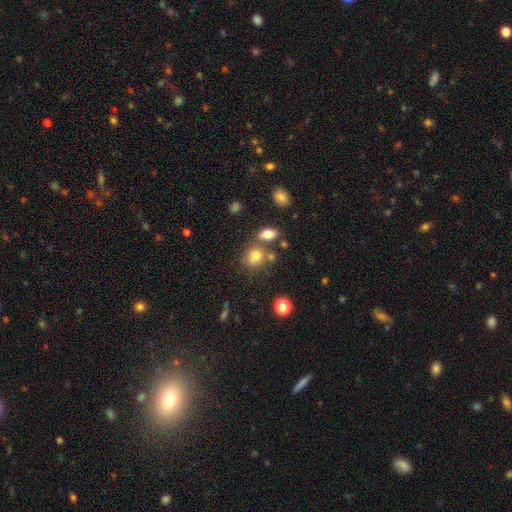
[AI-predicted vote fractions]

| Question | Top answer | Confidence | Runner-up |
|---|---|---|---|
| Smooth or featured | smooth | 75% | star or artifact (14%) |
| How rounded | round | 61% | in between (37%) |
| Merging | none | 55% | merger (26%) |